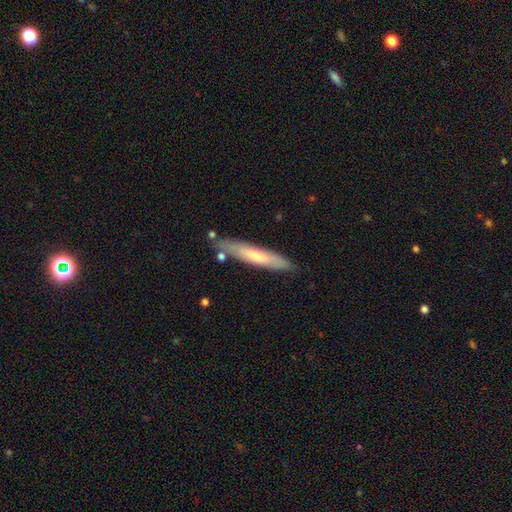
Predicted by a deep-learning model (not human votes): Smooth or featured? Predicted: smooth (p=0.56). How rounded? Predicted: cigar-shaped (p=0.90). Merging? Predicted: none (p=0.80).